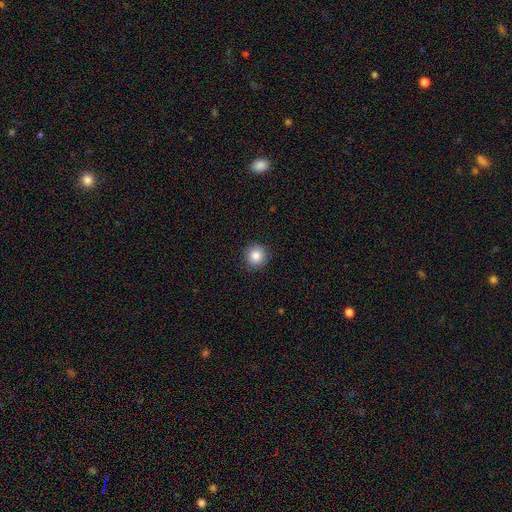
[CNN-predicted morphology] A smooth galaxy with no disk features (85%) that is round (93%).

Vote fractions:
- Smooth or featured? smooth: 85% / star or artifact: 10% / featured or disk: 6%
- How rounded? round: 93% / in between: 6% / cigar-shaped: 1%
- Merging? none: 91% / minor disturbance: 6% / major disturbance: 2% / merger: 1%